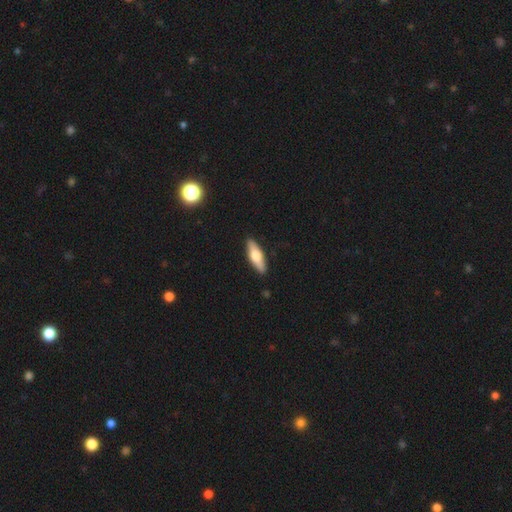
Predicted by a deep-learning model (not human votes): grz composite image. It shows a smooth galaxy with no disk features (53%) that is cigar-shaped (51%). Merging: none (90%).